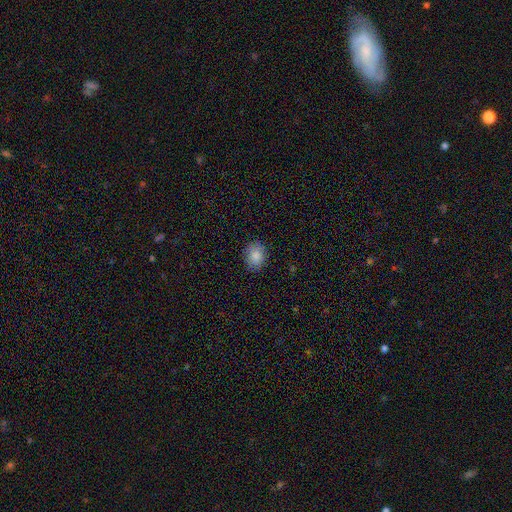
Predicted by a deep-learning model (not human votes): A smooth galaxy with no disk features (87%) that is in between round and cigar-shaped (58%). Merging: none (86%).